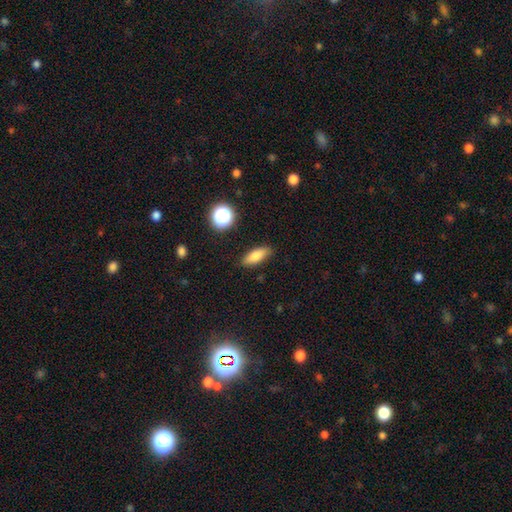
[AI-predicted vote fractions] This appears to be a smooth galaxy with no disk features (80%) that is in between round and cigar-shaped (66%). Merging: none (86%).